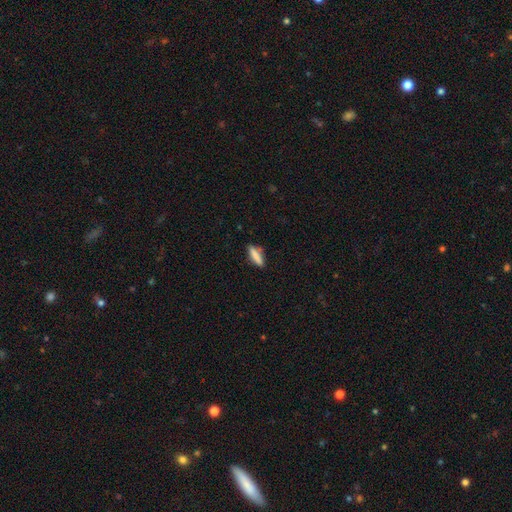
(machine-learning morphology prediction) This is clearly a smooth galaxy (82%). How rounded: likely cigar-shaped (70%). Merging: clearly none (82%).